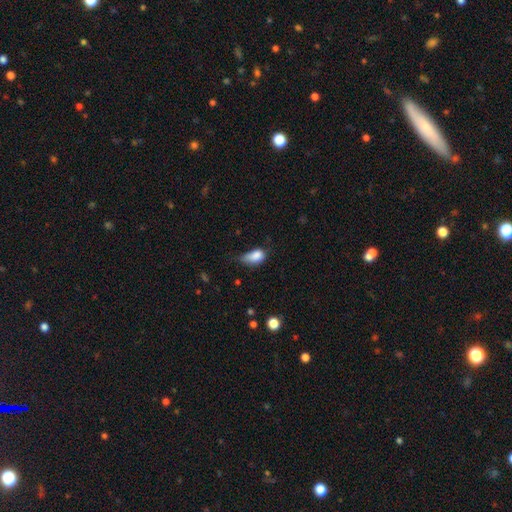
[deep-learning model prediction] This appears to be a smooth galaxy with no disk features (82%) that is in between round and cigar-shaped (85%). Merging: minor disturbance (47%).